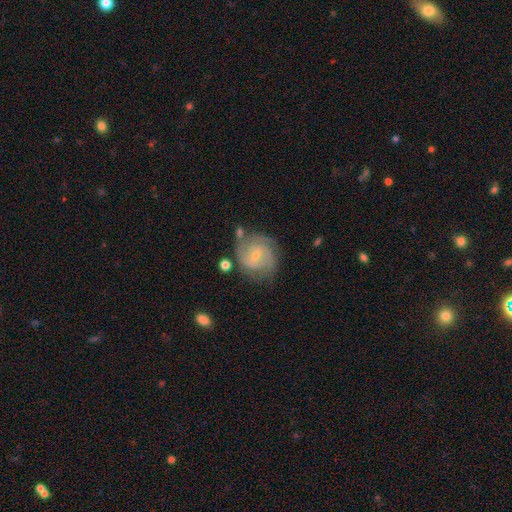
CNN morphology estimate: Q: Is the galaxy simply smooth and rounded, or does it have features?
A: featured or disk — 78%.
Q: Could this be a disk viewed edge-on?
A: no — 97%.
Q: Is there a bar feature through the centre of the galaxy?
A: weak — 52%.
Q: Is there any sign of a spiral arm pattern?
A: yes — 94%.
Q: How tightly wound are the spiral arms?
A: tight — 52%.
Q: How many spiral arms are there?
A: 2 — 38%.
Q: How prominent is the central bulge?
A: small — 72%.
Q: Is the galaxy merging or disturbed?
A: none — 65%.